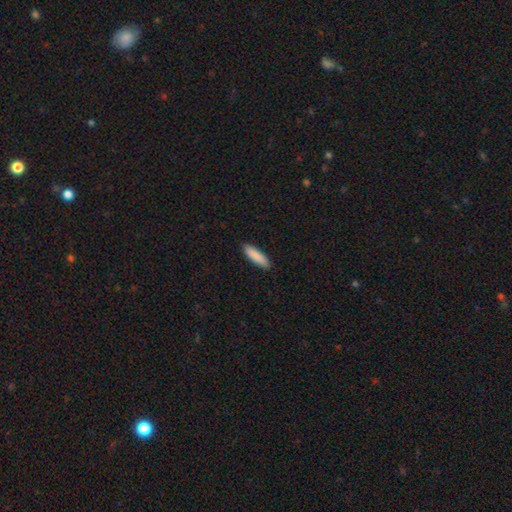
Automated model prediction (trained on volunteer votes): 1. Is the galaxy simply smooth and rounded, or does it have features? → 89% smooth, 6% featured or disk, 5% star or artifact.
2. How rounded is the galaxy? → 66% cigar-shaped, 32% in between, 1% round.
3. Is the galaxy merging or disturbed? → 90% none, 8% minor disturbance, 2% major disturbance, 1% merger.